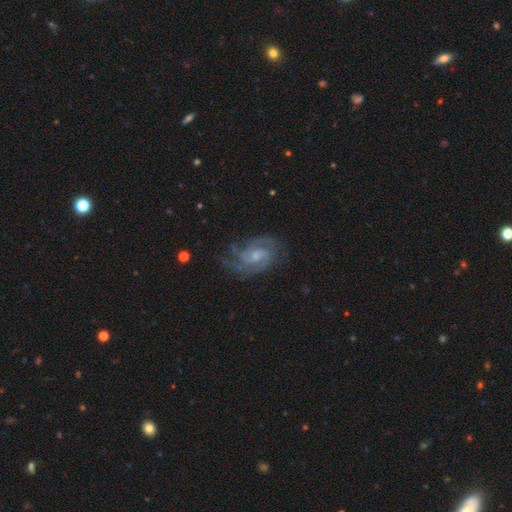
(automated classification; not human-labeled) Smooth or featured: featured or disk — 86% (smooth — 8%)
Edge-on disk: no — 97% (yes — 3%)
Bar: no — 51% (weak — 42%)
Spiral arms: yes — 96% (no — 4%)
Spiral winding: medium — 45% (tied with tight — 45%)
Spiral arm count: 2 — 42% (3 — 25%)
Bulge size: small — 47% (moderate — 42%)
Merging: none — 69% (minor disturbance — 20%)